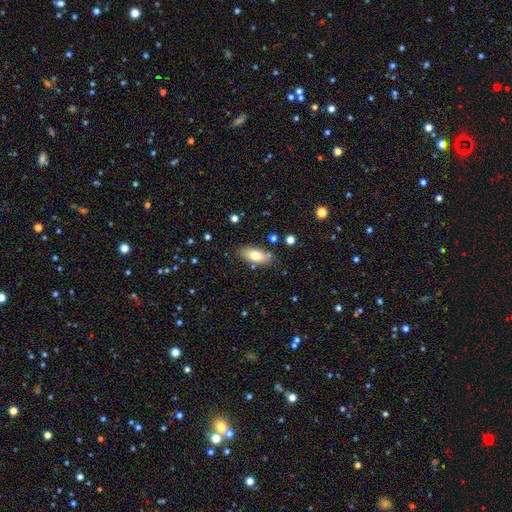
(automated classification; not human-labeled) Overall: smooth (73%). How rounded: in between (87%). Merging: none (79%).